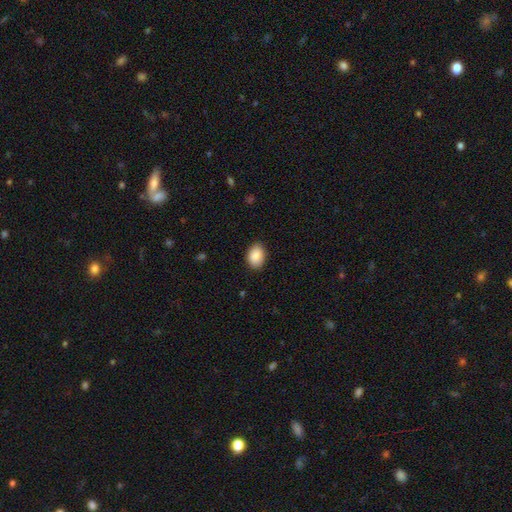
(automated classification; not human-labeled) A smooth galaxy with no disk features (88%) that is in between round and cigar-shaped (82%).

Vote fractions:
- Smooth or featured? smooth: 88% / star or artifact: 7% / featured or disk: 5%
- How rounded? in between: 82% / round: 17% / cigar-shaped: 1%
- Merging? none: 85% / minor disturbance: 12% / major disturbance: 2% / merger: 1%